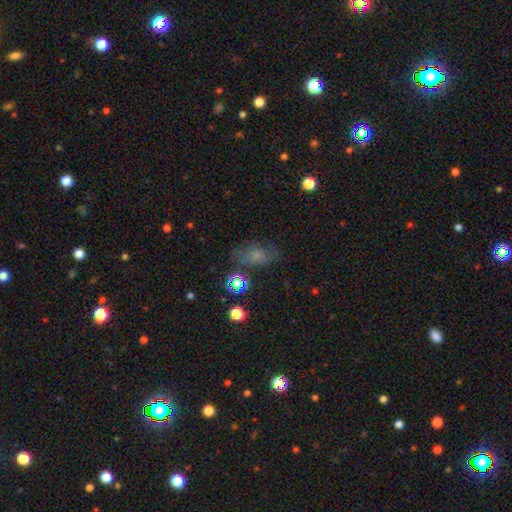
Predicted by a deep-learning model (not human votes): Overall: smooth (54%; star or artifact 23%). How rounded: in between (76%). Merging: none (69%).